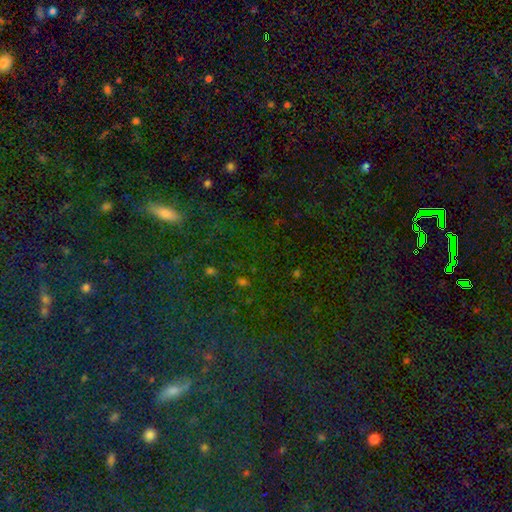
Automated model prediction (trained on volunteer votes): Smooth or featured: star or artifact — 63% (smooth — 24%)